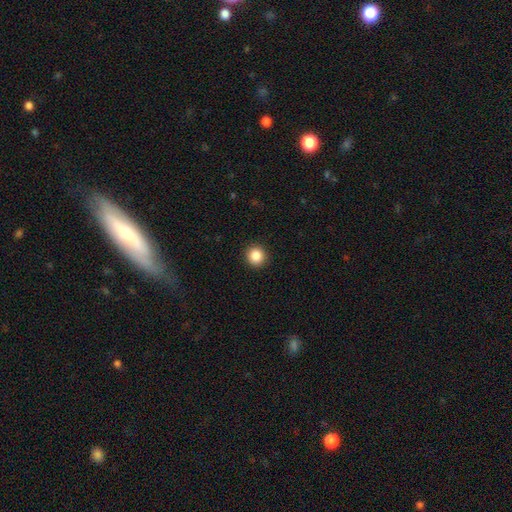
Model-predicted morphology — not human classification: Smooth or featured: smooth — 87% (star or artifact — 10%)
How rounded: round — 93% (in between — 6%)
Merging: none — 92% (minor disturbance — 5%)